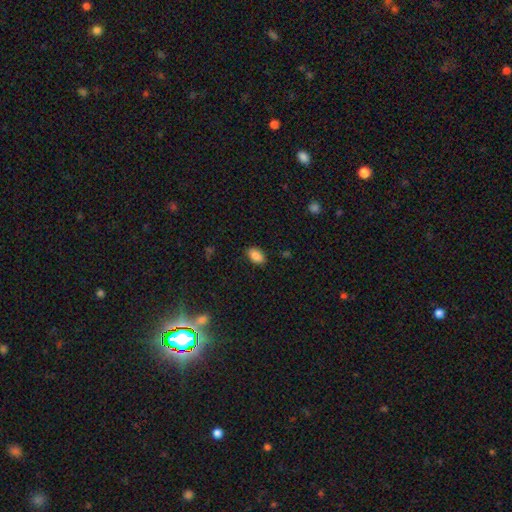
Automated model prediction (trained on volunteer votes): Morphology: type=smooth (87%); roundness=in between (90%); merging=none (86%).